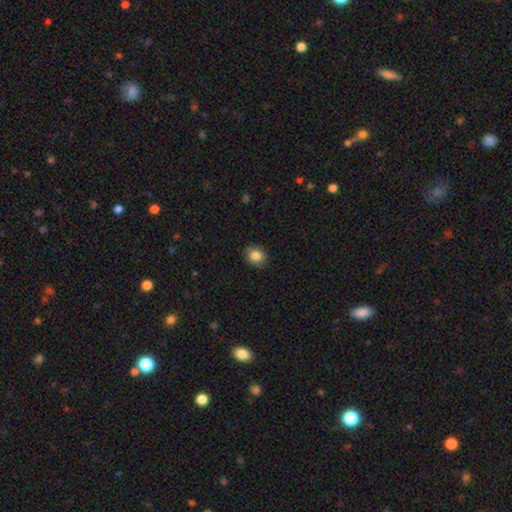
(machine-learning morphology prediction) A smooth galaxy with no disk features (84%) that is round (51%). Merging: none (86%).